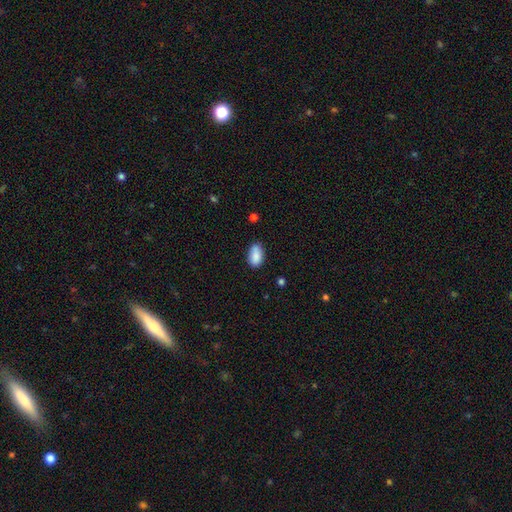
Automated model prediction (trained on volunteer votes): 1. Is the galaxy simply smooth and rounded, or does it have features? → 86% smooth, 7% star or artifact, 6% featured or disk.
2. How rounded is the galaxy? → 92% in between, 6% round, 2% cigar-shaped.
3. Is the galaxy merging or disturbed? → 70% none, 22% minor disturbance, 4% merger, 4% major disturbance.